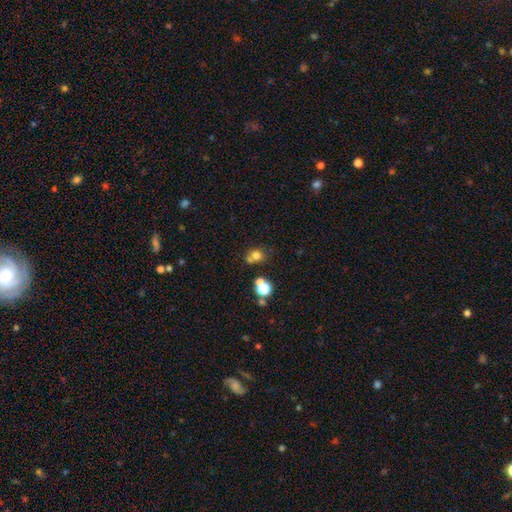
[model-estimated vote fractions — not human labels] Q: Smooth or featured?
A: smooth (71%); runner-up: star or artifact (19%)
Q: How rounded?
A: round (71%); runner-up: in between (28%)
Q: Merging?
A: none (51%); runner-up: merger (32%)